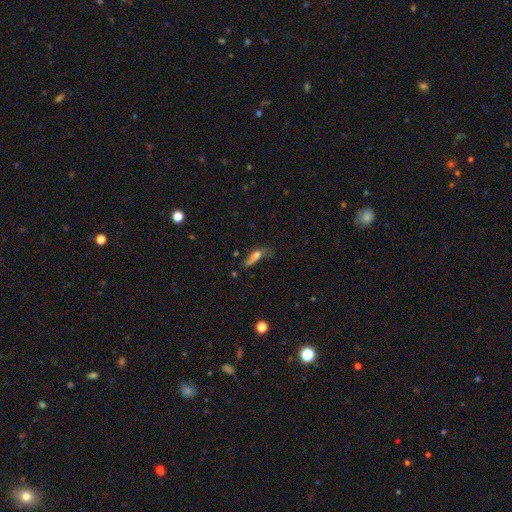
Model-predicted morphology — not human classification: type=smooth (57%); roundness=in between (58%); merging=major disturbance (34%).